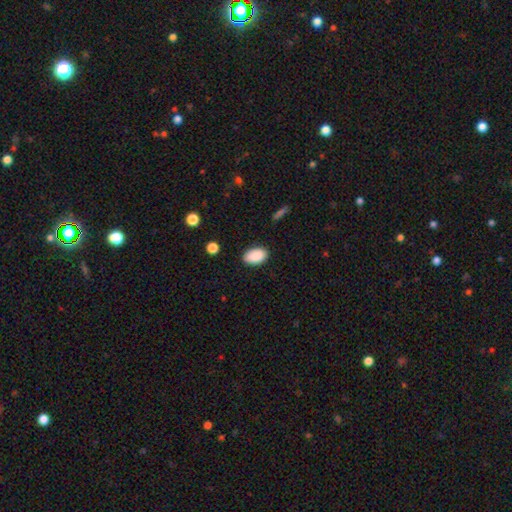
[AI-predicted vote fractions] Overall: smooth (90%). How rounded: in between (93%). Merging: none (87%).